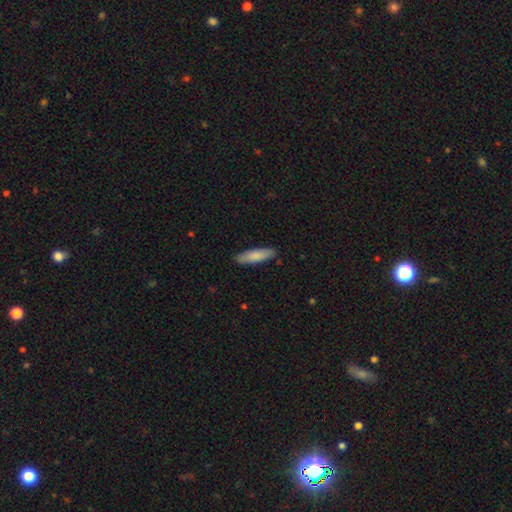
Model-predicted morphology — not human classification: This appears to be a smooth galaxy with no disk features (84%) that is cigar-shaped (62%). Merging: none (87%).